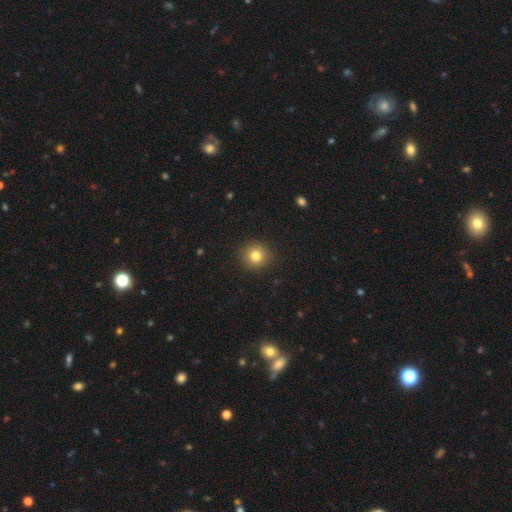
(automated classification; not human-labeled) smooth_or_featured: smooth (p=0.81) [alt: star or artifact p=0.12]
how_rounded: round (p=0.91) [alt: in between p=0.08]
merging: none (p=0.91) [alt: minor disturbance p=0.06]